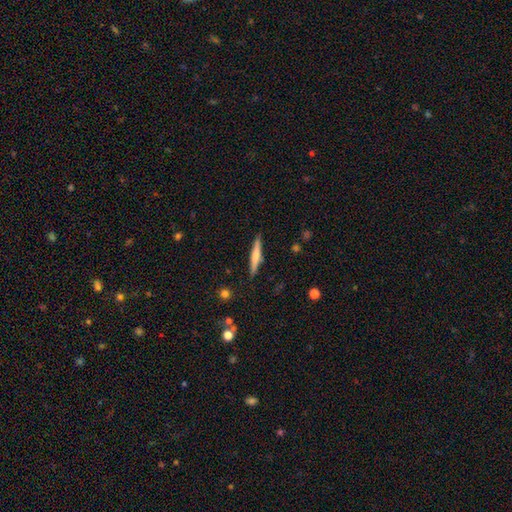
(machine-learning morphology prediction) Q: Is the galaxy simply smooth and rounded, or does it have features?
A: smooth — 51%.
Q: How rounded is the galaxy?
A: cigar-shaped — 92%.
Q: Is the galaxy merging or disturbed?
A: none — 89%.